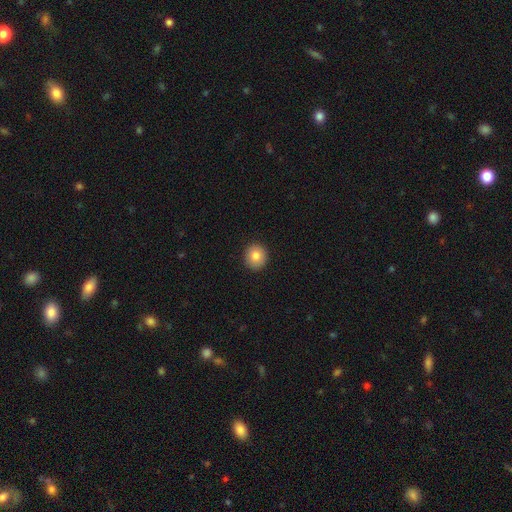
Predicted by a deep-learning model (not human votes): smooth_or_featured: smooth (p=0.83) [alt: star or artifact p=0.09]
how_rounded: round (p=0.89) [alt: in between p=0.10]
merging: none (p=0.91) [alt: minor disturbance p=0.06]